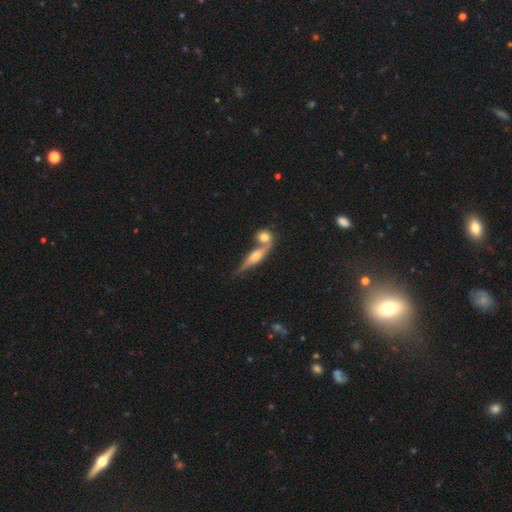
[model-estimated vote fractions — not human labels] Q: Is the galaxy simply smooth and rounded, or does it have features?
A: featured or disk — 66%.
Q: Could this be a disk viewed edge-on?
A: yes — 91%.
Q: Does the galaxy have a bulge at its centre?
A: rounded — 91%.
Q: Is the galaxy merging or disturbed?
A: none — 53%.